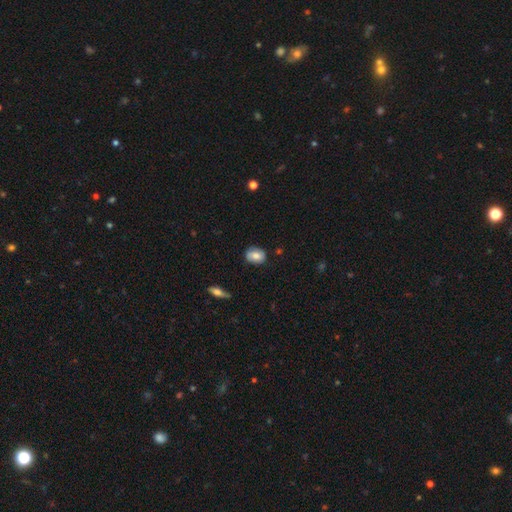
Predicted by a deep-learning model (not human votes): A smooth galaxy with no disk features (72%) that is in between round and cigar-shaped (65%). Merging: none (75%).